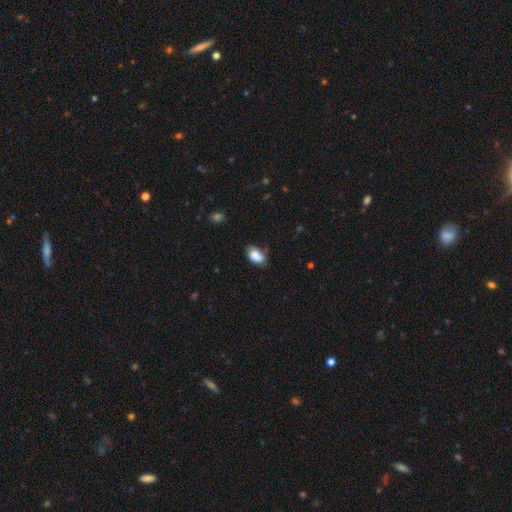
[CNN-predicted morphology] This appears to be a smooth galaxy with no disk features (83%) that is in between round and cigar-shaped (91%). Merging: none (56%).